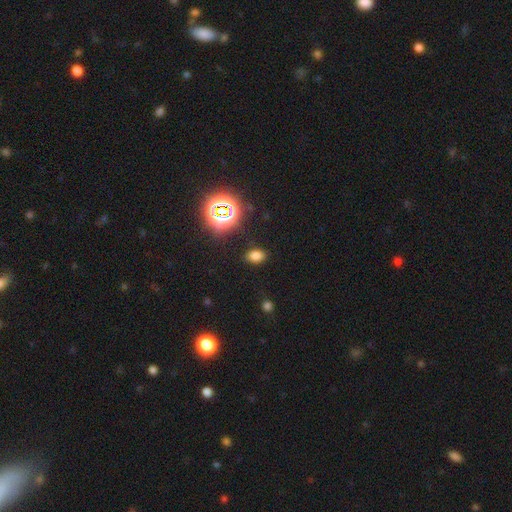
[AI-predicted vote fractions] Smooth or featured? Predicted: smooth (p=0.71). How rounded? Predicted: in between (p=0.80). Merging? Predicted: none (p=0.85).